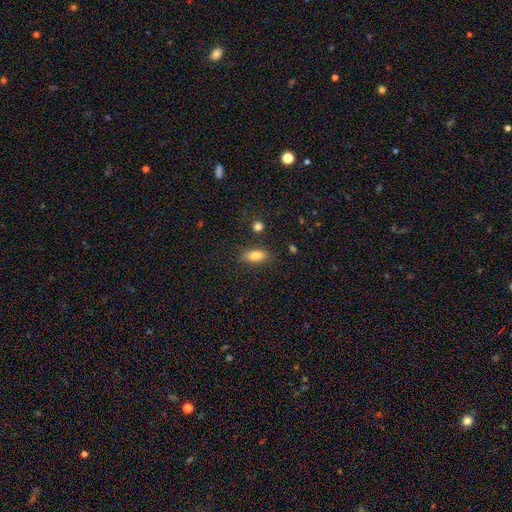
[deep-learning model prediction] Smooth or featured: smooth — 79% (featured or disk — 13%)
How rounded: in between — 82% (cigar-shaped — 13%)
Merging: none — 82% (minor disturbance — 12%)